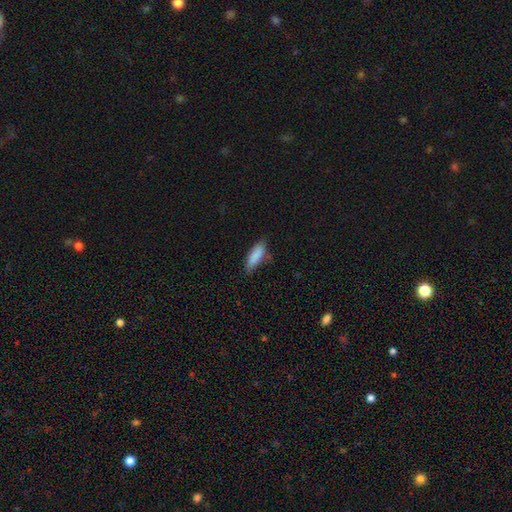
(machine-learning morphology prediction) type=smooth (87%); roundness=in between (56%); merging=none (69%).